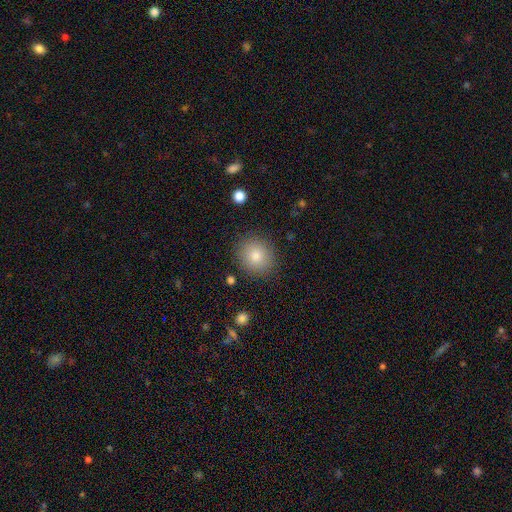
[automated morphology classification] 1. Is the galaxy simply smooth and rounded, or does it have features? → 81% smooth, 11% star or artifact, 9% featured or disk.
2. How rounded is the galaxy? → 82% round, 17% in between, 1% cigar-shaped.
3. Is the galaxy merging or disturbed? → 88% none, 8% minor disturbance, 3% major disturbance, 1% merger.